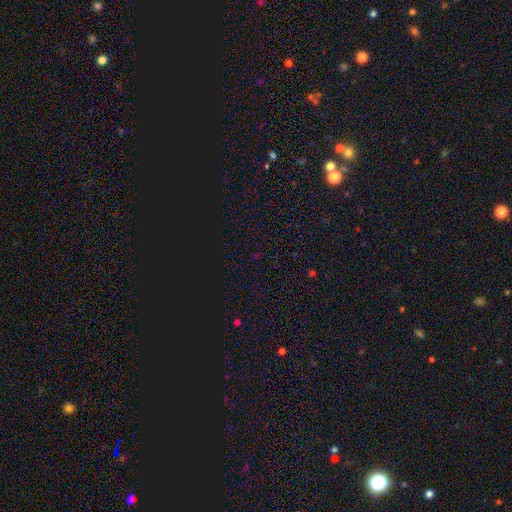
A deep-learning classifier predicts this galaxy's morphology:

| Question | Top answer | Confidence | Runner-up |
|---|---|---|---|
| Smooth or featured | star or artifact | 73% | smooth (21%) |